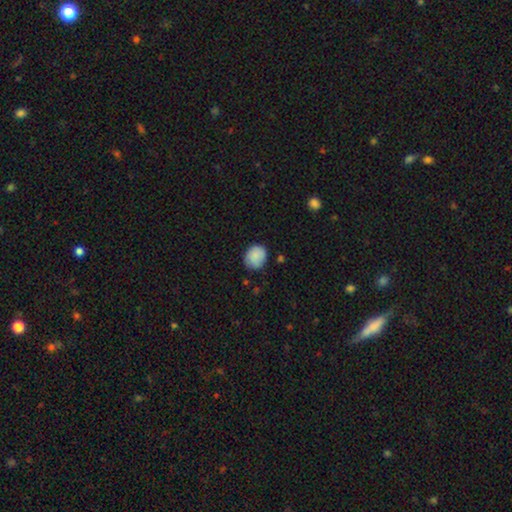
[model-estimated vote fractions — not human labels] This appears to be a smooth galaxy with no disk features (86%) that is round (74%). Merging: none (77%).